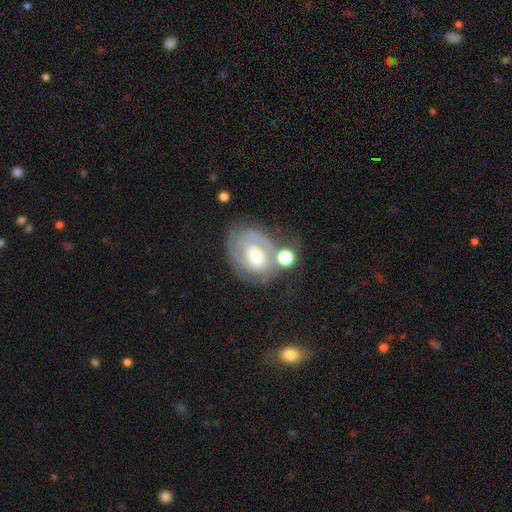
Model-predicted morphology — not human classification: Smooth or featured? Predicted: featured or disk (p=0.79). Edge-on disk? Predicted: no (p=0.97). Bar? Predicted: no (p=0.52). Spiral arms? Predicted: yes (p=0.89). Spiral winding? Predicted: tight (p=0.66). Spiral arm count? Predicted: 2 (p=0.45). Bulge size? Predicted: moderate (p=0.57). Merging? Predicted: none (p=0.54).